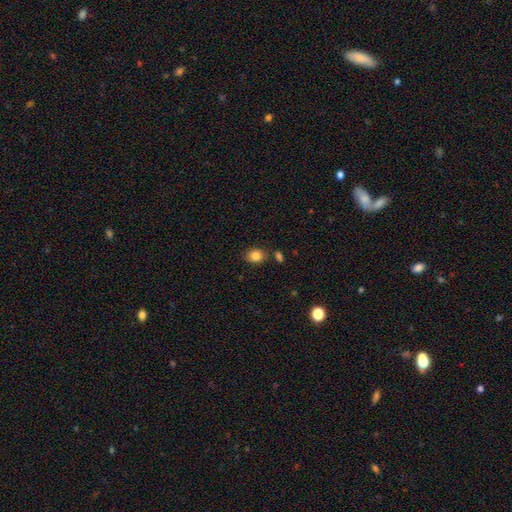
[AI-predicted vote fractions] This appears to be a smooth galaxy with no disk features (84%) that is round (54%). Merging: none (77%).